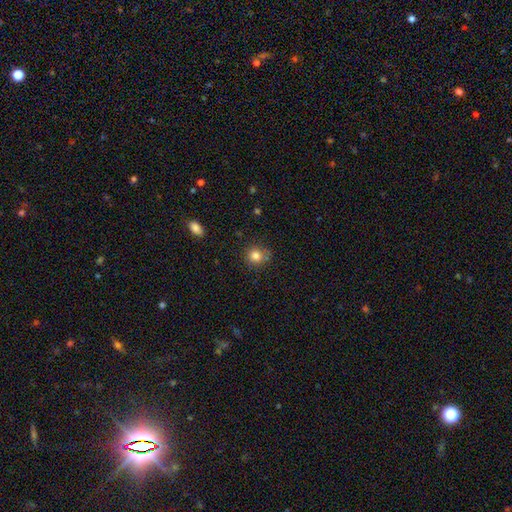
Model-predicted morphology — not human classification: type=smooth (83%); roundness=round (87%); merging=none (78%).